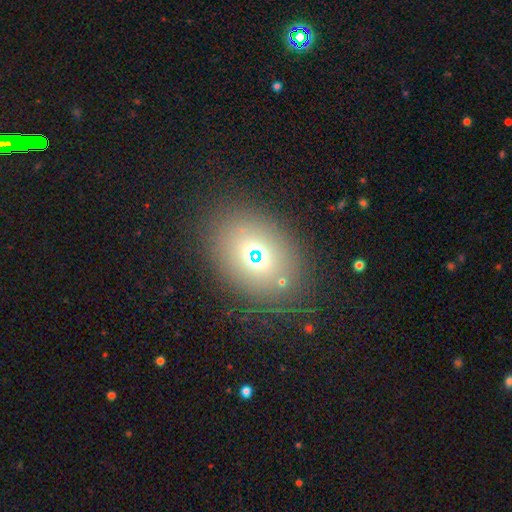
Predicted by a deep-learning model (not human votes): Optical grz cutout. It shows a smooth galaxy with no disk features (55%) that is in between round and cigar-shaped (56%). Merging: none (83%).